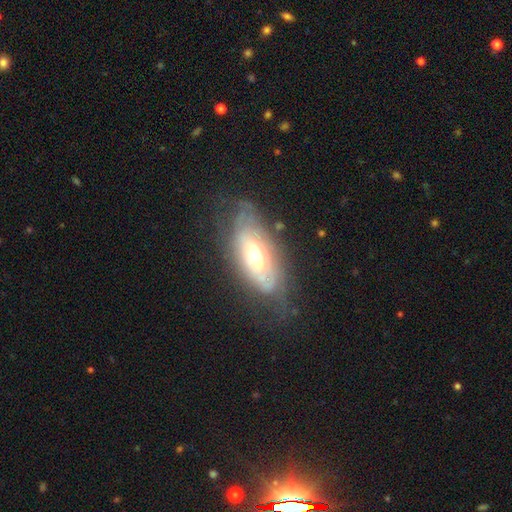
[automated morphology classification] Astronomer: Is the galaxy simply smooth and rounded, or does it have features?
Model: featured or disk — 69%.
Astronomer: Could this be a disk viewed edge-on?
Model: no — 82%.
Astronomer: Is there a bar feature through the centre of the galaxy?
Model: no — 66%.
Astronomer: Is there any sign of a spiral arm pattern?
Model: yes — 64%.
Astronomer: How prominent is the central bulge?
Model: moderate — 61%.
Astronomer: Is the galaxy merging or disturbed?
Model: none — 57%.